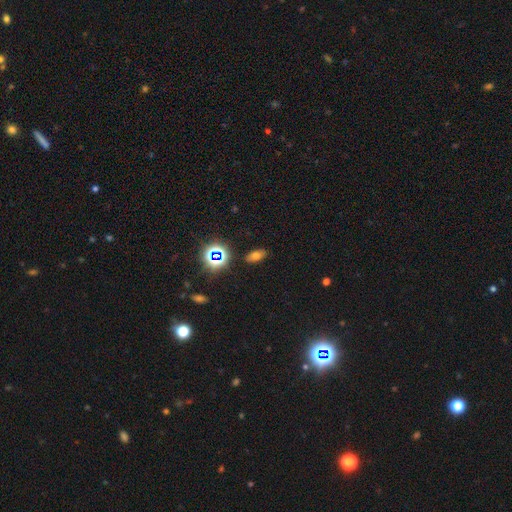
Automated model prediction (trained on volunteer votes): A smooth galaxy with no disk features (63%) that is in between round and cigar-shaped (85%).

Vote fractions:
- Smooth or featured? smooth: 63% / star or artifact: 25% / featured or disk: 11%
- How rounded? in between: 85% / round: 8% / cigar-shaped: 6%
- Merging? none: 85% / minor disturbance: 10% / major disturbance: 3% / merger: 2%